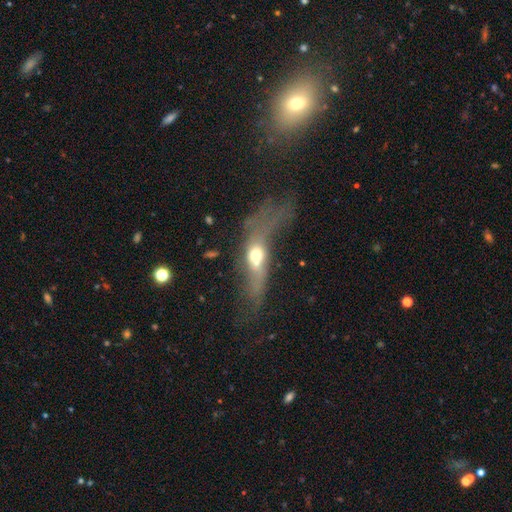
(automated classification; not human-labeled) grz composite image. It shows a featured or disk galaxy (46%). Merging: major disturbance (37%).